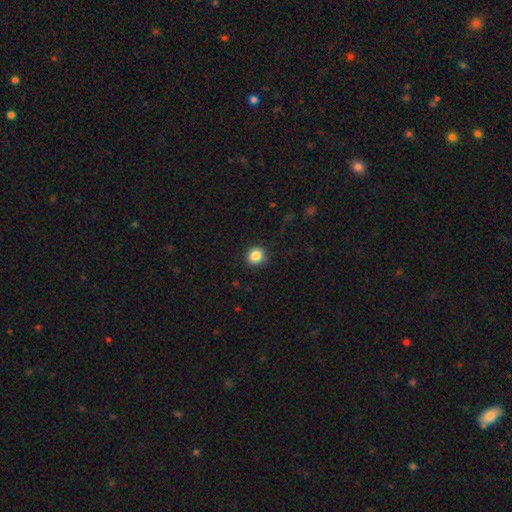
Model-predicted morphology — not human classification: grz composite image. It shows a smooth galaxy with no disk features (86%) that is round (88%). Merging: none (91%).